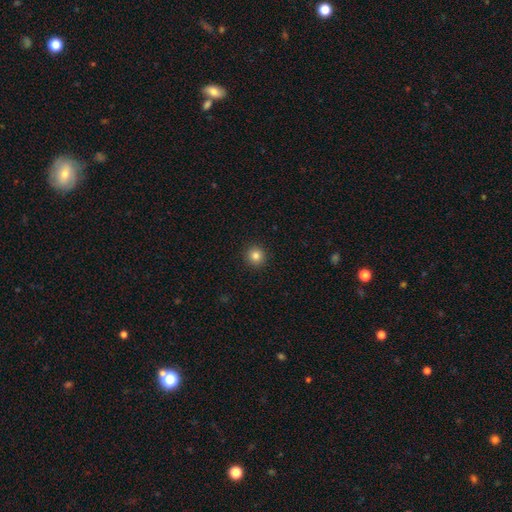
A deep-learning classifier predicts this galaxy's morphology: Smooth or featured? smooth (84%)
How rounded? round (95%)
Merging? none (93%)